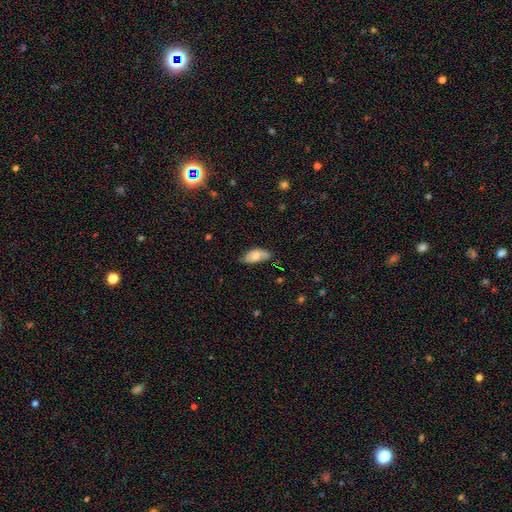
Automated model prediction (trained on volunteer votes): Morphology: type=smooth (72%); roundness=in between (92%); merging=none (64%).